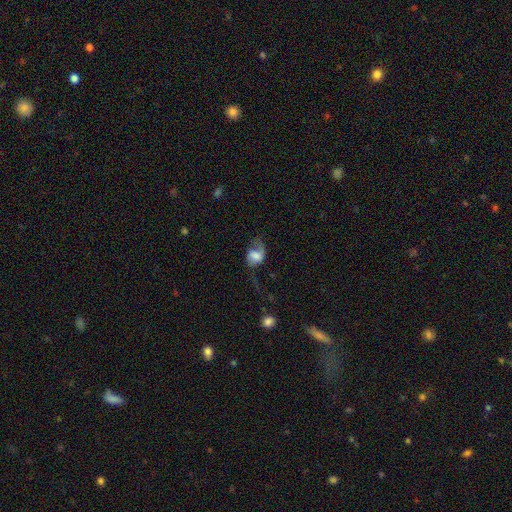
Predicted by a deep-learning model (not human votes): A featured or disk galaxy (51%).

Vote fractions:
- Smooth or featured? featured or disk: 51% / smooth: 40% / star or artifact: 9%
- Edge-on disk? no: 96% / yes: 4%
- Merging? major disturbance: 39% / none: 35% / minor disturbance: 22% / merger: 4%